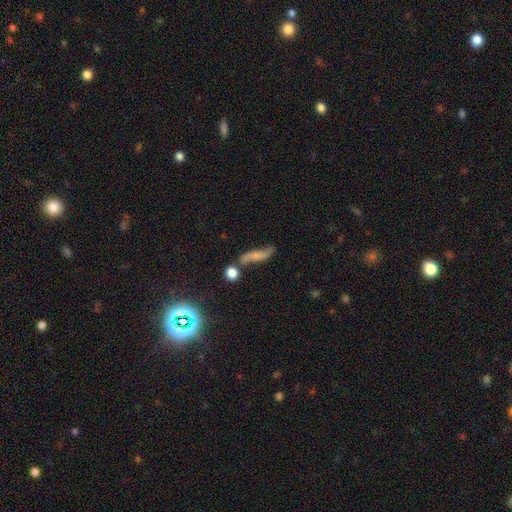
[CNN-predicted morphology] Smooth or featured?
  - featured or disk: 56% *
  - smooth: 33%
  - star or artifact: 11%
Edge-on disk?
  - no: 79% *
  - yes: 21%
Merging?
  - none: 56% *
  - minor disturbance: 21%
  - merger: 13%
  - major disturbance: 10%